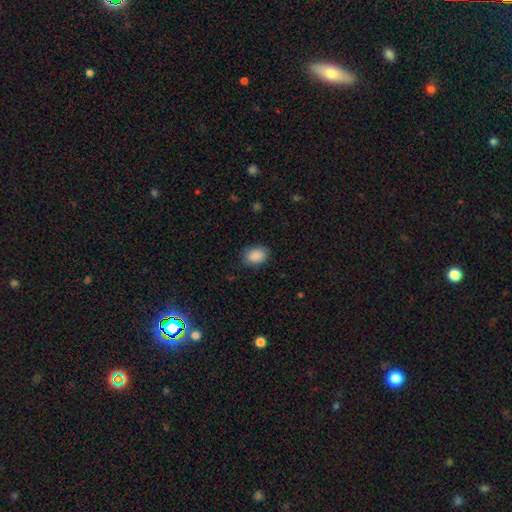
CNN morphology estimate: Smooth or featured?
  - smooth: 89% *
  - star or artifact: 8%
  - featured or disk: 3%
How rounded?
  - in between: 68% *
  - round: 31%
  - cigar-shaped: 1%
Merging?
  - none: 85% *
  - minor disturbance: 11%
  - major disturbance: 3%
  - merger: 1%